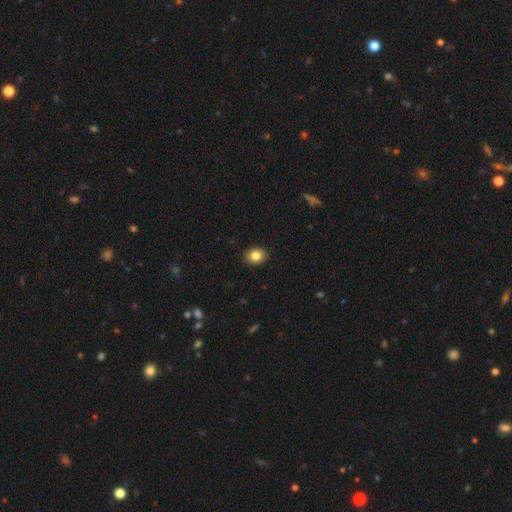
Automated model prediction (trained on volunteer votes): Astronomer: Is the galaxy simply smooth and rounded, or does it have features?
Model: smooth — 84%.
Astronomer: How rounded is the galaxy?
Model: round — 59% (runner-up: in between, 40%).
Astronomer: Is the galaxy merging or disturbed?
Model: none — 90%.